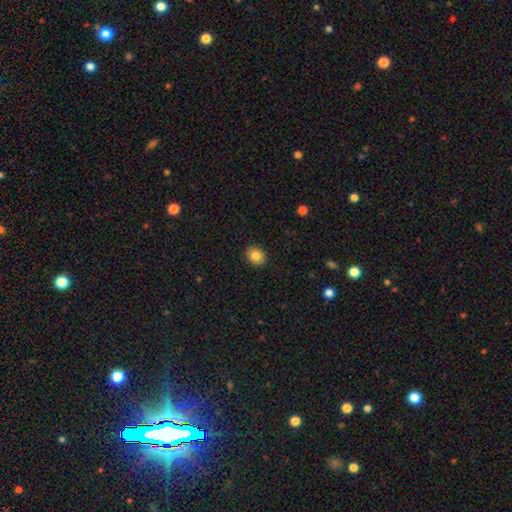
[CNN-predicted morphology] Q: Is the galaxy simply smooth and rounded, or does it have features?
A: smooth — 84%.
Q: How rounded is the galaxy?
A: round — 56%.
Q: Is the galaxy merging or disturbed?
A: none — 90%.